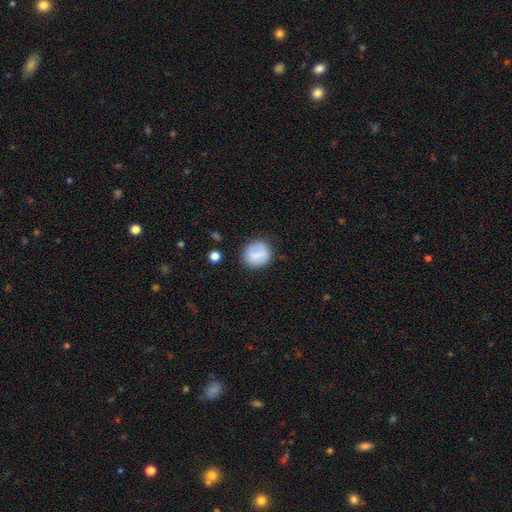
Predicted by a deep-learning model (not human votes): Smooth or featured: smooth — 75% (featured or disk — 17%)
How rounded: round — 80% (in between — 19%)
Merging: none — 79% (minor disturbance — 14%)